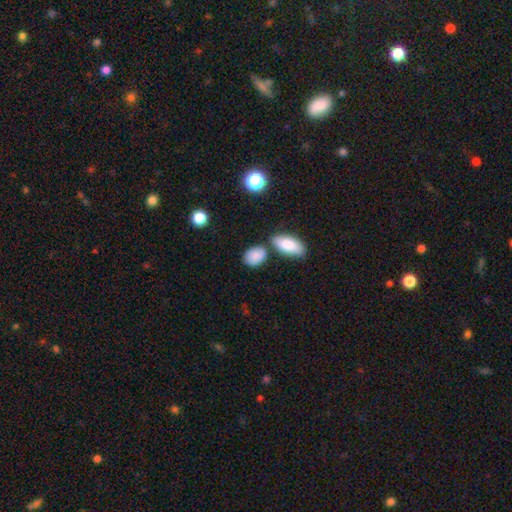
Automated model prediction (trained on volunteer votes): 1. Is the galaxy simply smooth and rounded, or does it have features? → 87% smooth, 7% star or artifact, 6% featured or disk.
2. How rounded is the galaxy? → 78% in between, 20% round, 2% cigar-shaped.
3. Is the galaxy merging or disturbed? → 65% none, 17% minor disturbance, 14% merger, 4% major disturbance.